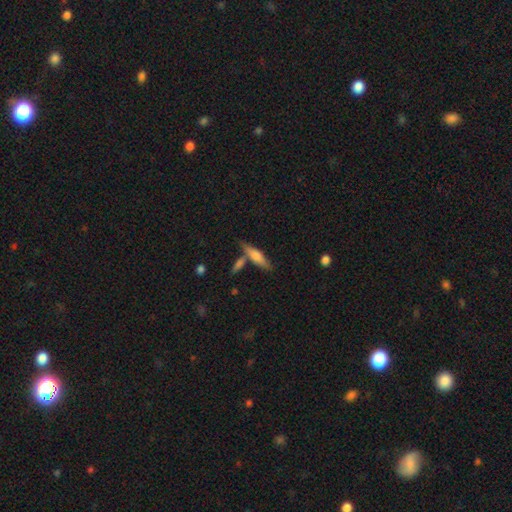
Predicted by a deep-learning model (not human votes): The model was most divided on "smooth or featured": smooth: 60%, featured or disk: 34%, star or artifact: 7%. More confident: how rounded — cigar-shaped (70%); merging — none (64%).